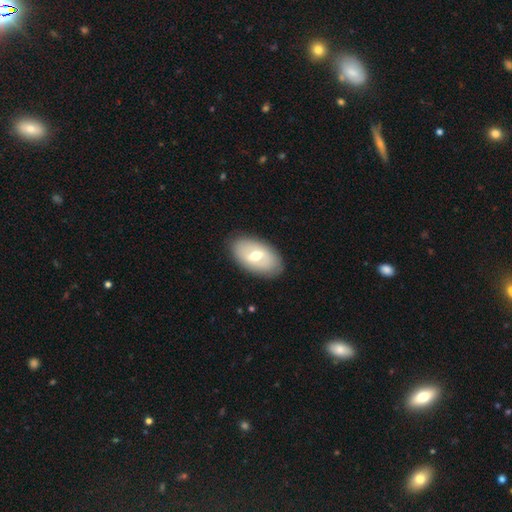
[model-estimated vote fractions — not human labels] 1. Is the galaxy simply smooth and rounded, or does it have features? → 50% smooth, 44% featured or disk, 6% star or artifact.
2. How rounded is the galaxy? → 92% in between, 6% round, 2% cigar-shaped.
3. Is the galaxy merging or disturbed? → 86% none, 10% minor disturbance, 3% major disturbance, 1% merger.